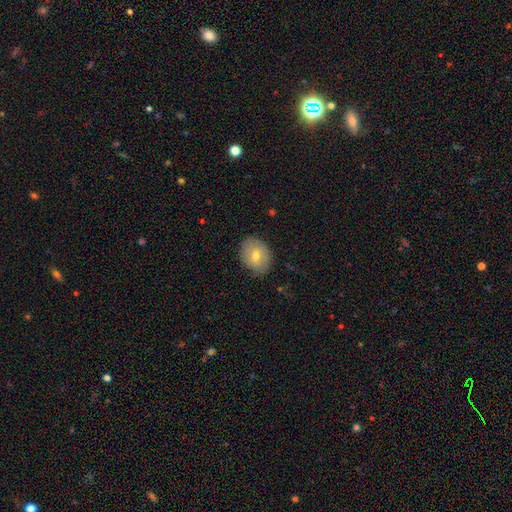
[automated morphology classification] Smooth or featured: smooth — 67% (featured or disk — 25%)
How rounded: in between — 51% (round — 48%)
Merging: none — 80% (minor disturbance — 15%)